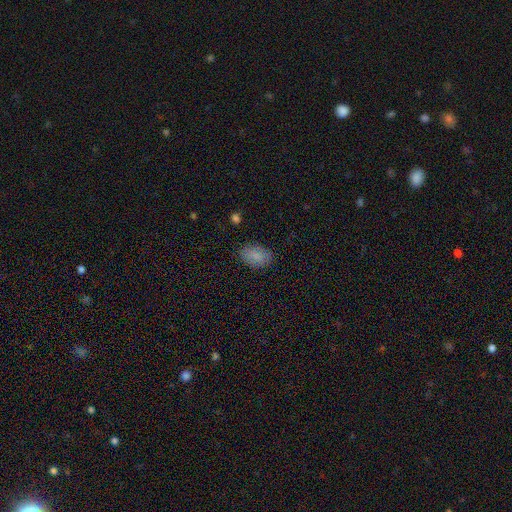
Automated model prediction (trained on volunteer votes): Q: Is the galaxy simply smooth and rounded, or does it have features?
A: smooth — 85%.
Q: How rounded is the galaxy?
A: in between — 89%.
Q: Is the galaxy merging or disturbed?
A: none — 84%.